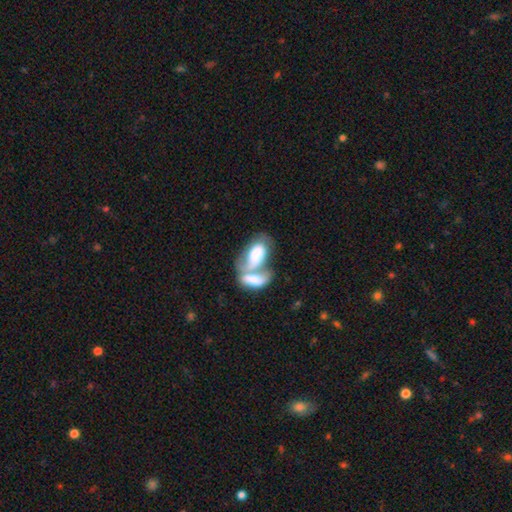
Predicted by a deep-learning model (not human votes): A smooth galaxy with no disk features (66%) that is in between round and cigar-shaped (93%).

Vote fractions:
- Smooth or featured? smooth: 66% / featured or disk: 28% / star or artifact: 6%
- How rounded? in between: 93% / cigar-shaped: 4% / round: 3%
- Merging? merger: 76% / none: 9% / major disturbance: 8% / minor disturbance: 6%